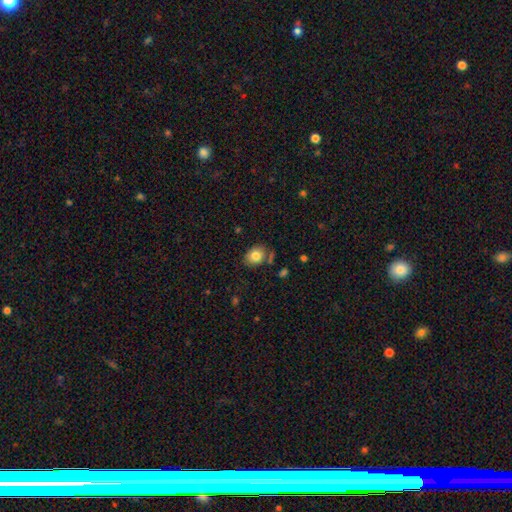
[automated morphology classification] This appears to be a smooth galaxy with no disk features (81%) that is in between round and cigar-shaped (52%). Merging: none (74%).